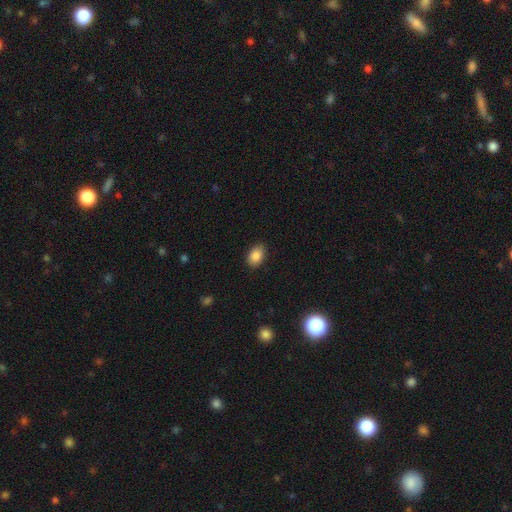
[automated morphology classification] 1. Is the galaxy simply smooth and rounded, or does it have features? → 87% smooth, 8% star or artifact, 4% featured or disk.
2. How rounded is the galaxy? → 84% in between, 14% round, 1% cigar-shaped.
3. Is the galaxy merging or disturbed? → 86% none, 10% minor disturbance, 2% major disturbance, 1% merger.